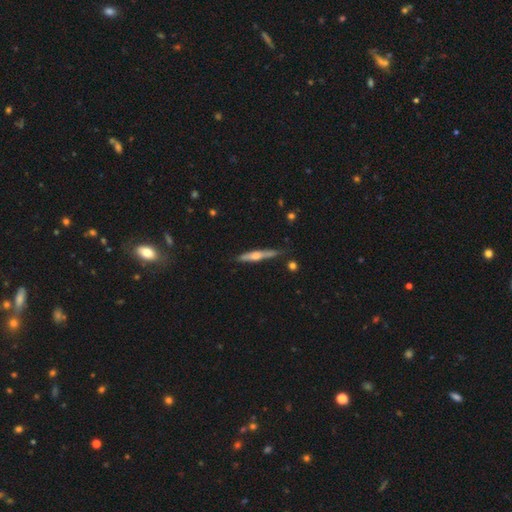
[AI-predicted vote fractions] The model was most divided on "smooth or featured": featured or disk: 59%, smooth: 35%, star or artifact: 6%. More confident: edge-on disk — yes (95%); edge-on bulge — rounded (87%); merging — none (78%).